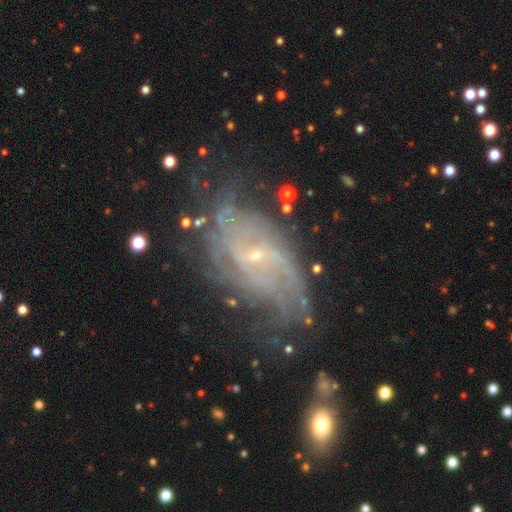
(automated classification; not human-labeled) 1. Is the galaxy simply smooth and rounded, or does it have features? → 81% featured or disk, 10% smooth, 10% star or artifact.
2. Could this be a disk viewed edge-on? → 95% no, 5% yes.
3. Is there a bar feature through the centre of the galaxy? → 45% no, 44% weak, 12% strong.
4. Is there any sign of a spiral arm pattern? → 86% yes, 14% no.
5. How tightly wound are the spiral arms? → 36% medium, 33% loose, 31% tight.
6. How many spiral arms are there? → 41% can't tell, 28% 2, 10% 3, 8% 4, 6% more than 4, 6% 1.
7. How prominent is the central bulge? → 82% small, 12% moderate, 5% none, 1% large, 1% dominant.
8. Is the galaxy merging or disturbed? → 53% none, 23% minor disturbance, 20% major disturbance, 4% merger.